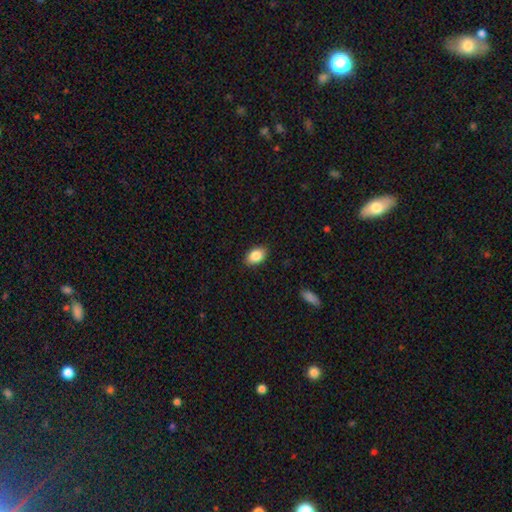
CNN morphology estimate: smooth 87%, star or artifact 7%, featured or disk 5%. Down the decision tree: how rounded — in between (88%); merging — none (88%).